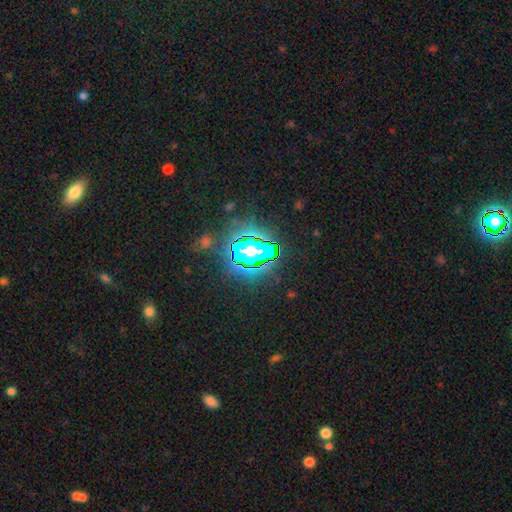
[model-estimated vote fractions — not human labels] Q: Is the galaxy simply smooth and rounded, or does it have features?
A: star or artifact — 79%.